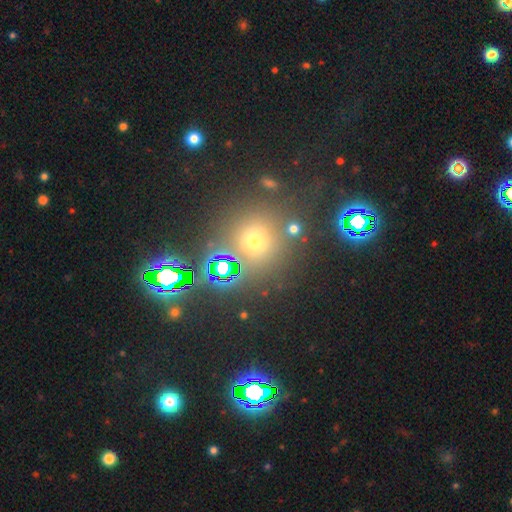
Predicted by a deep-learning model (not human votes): Smooth or featured: smooth — 50% (star or artifact — 41%)
Merging: none — 79% (minor disturbance — 9%)